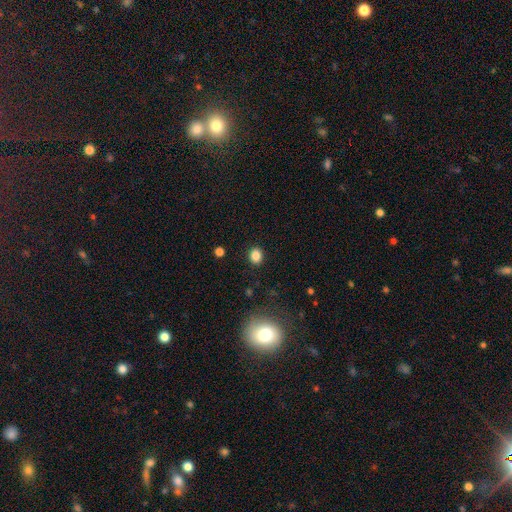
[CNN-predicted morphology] This is clearly a smooth galaxy (84%). How rounded: likely round (67%). Merging: clearly none (89%).